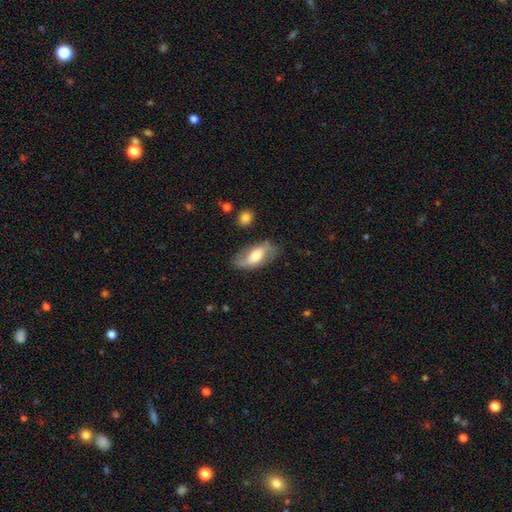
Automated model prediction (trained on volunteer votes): smooth-or-featured: featured or disk: 54% | smooth: 39% | star or artifact: 6%
  disk-edge-on: no: 88% | yes: 12%
  merging: none: 74% | minor disturbance: 18% | major disturbance: 6% | merger: 2%